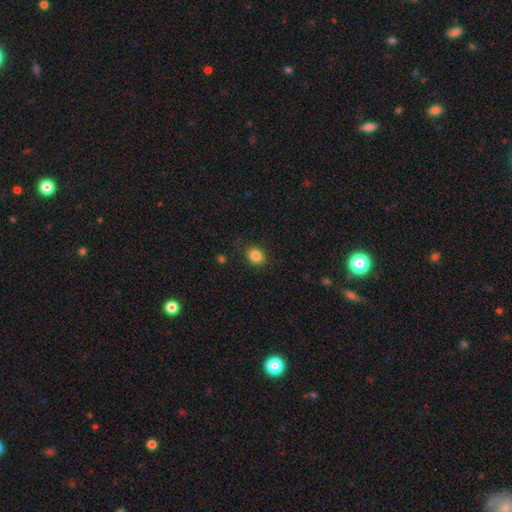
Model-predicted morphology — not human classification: Smooth or featured? smooth (85%)
How rounded? round (59%)
Merging? none (87%)